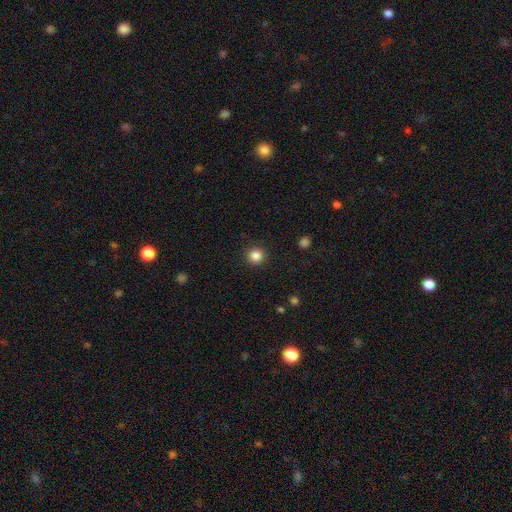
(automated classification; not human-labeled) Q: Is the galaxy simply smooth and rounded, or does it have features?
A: smooth — 85%.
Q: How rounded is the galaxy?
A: round — 94%.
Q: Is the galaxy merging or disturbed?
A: none — 92%.